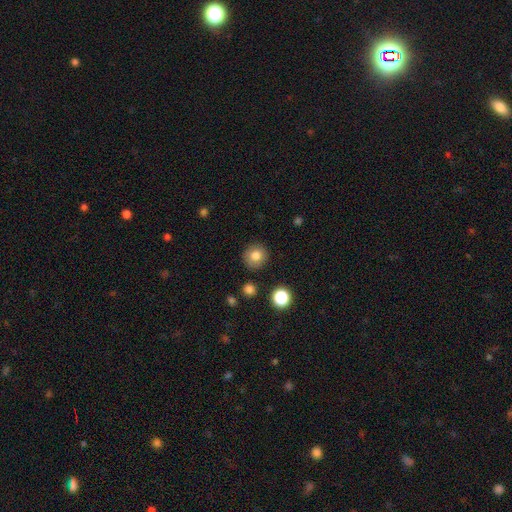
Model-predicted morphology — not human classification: Smooth or featured? Predicted: smooth (p=0.81). How rounded? Predicted: round (p=0.91). Merging? Predicted: none (p=0.87).